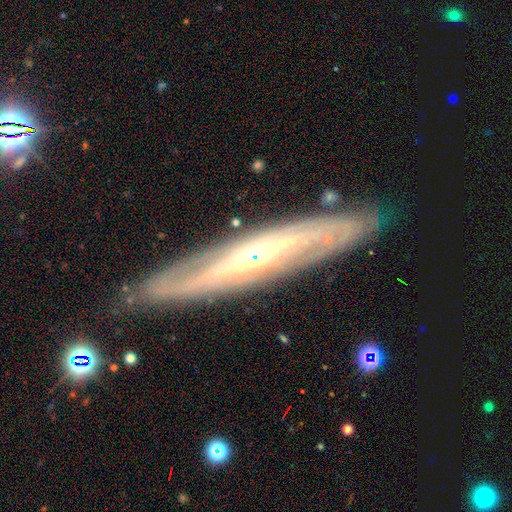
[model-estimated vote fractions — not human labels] A featured or disk galaxy (79%) viewed edge-on (56%). Merging: none (83%).